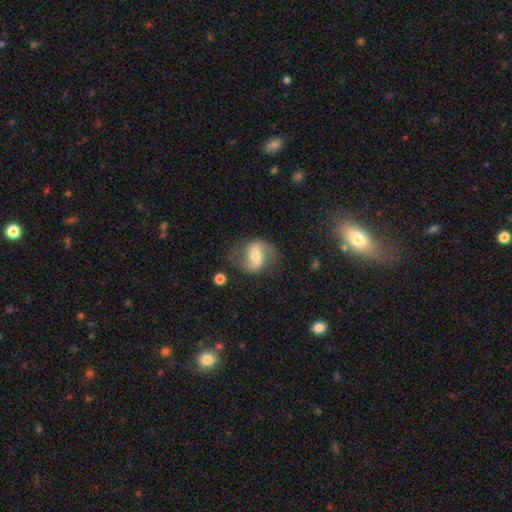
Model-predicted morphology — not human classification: Smooth or featured? featured or disk (68%)
Edge-on disk? no (95%)
Bar? weak (40%)
Spiral arms? yes (86%)
Spiral winding? loose (55%)
Spiral arm count? 2 (89%)
Bulge size? moderate (62%)
Merging? none (71%)